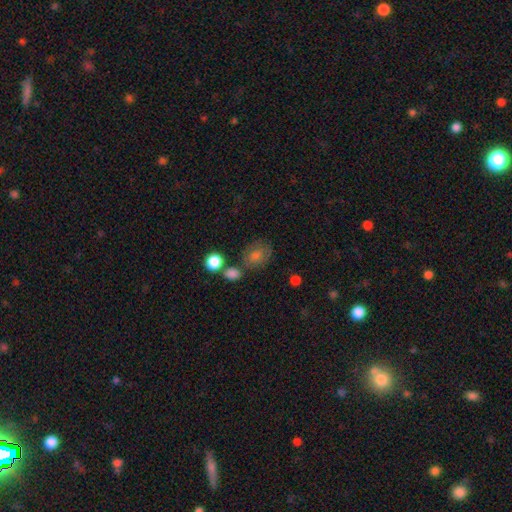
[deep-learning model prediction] Smooth or featured: smooth — 72% (star or artifact — 14%)
How rounded: round — 51% (in between — 48%)
Merging: none — 62% (minor disturbance — 18%)